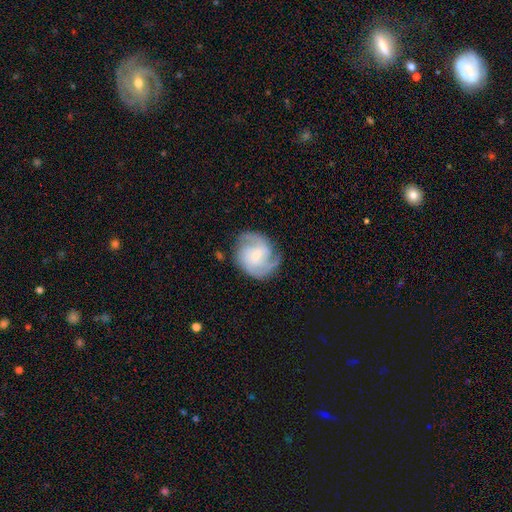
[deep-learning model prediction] A featured or disk galaxy (82%) with a weak bar (51%), 2 (46%) tight (44%, tied with medium) spiral arms (96%) and a small central bulge (59%). Merging: none (72%).